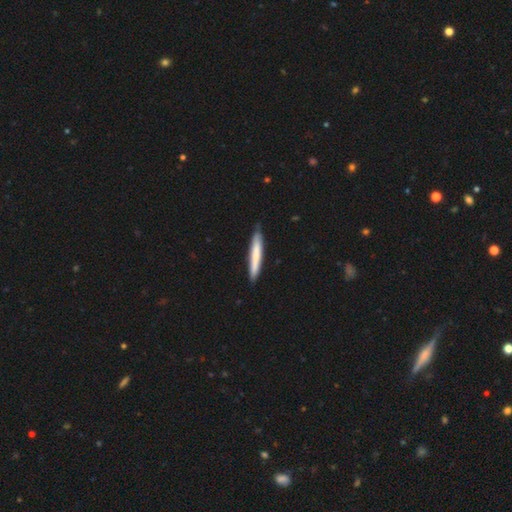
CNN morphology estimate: smooth_or_featured: smooth (p=0.71) [alt: featured or disk p=0.24]
how_rounded: cigar-shaped (p=0.95) [alt: in between p=0.04]
merging: none (p=0.83) [alt: minor disturbance p=0.14]